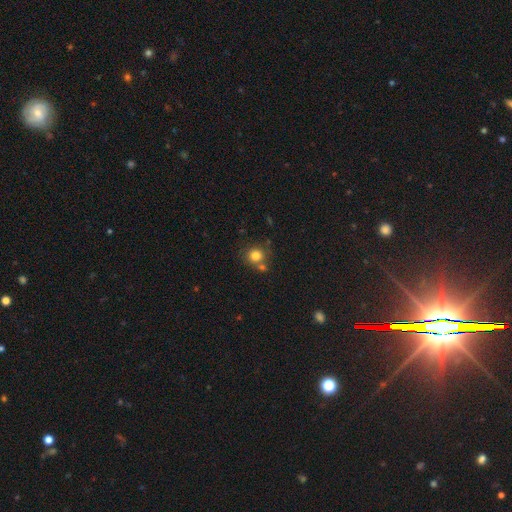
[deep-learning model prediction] Smooth or featured? Predicted: smooth (p=0.80). How rounded? Predicted: round (p=0.88). Merging? Predicted: none (p=0.63).